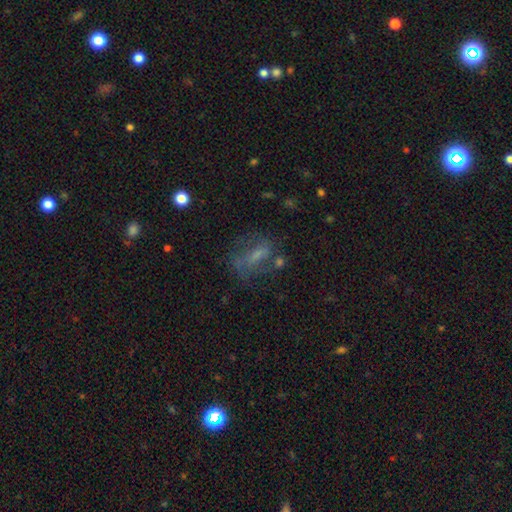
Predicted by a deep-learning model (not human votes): A featured or disk galaxy (41%).

Vote fractions:
- Smooth or featured? featured or disk: 41% / smooth: 40% / star or artifact: 19%
- Merging? none: 52% / major disturbance: 22% / minor disturbance: 20% / merger: 6%